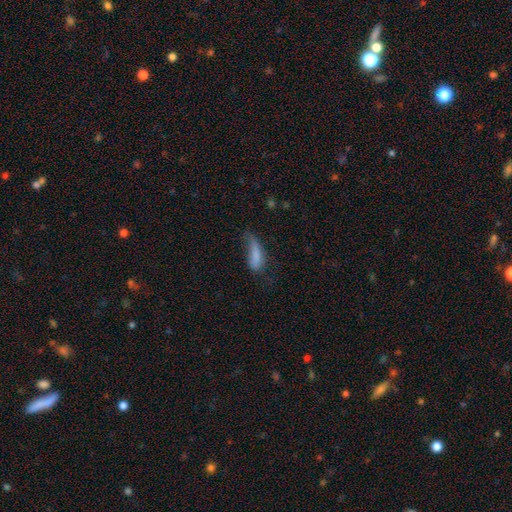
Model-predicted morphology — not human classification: Smooth or featured?
  - smooth: 76% *
  - featured or disk: 15%
  - star or artifact: 9%
How rounded?
  - in between: 60% *
  - cigar-shaped: 37%
  - round: 3%
Merging?
  - minor disturbance: 35% *
  - major disturbance: 32%
  - none: 29%
  - merger: 4%